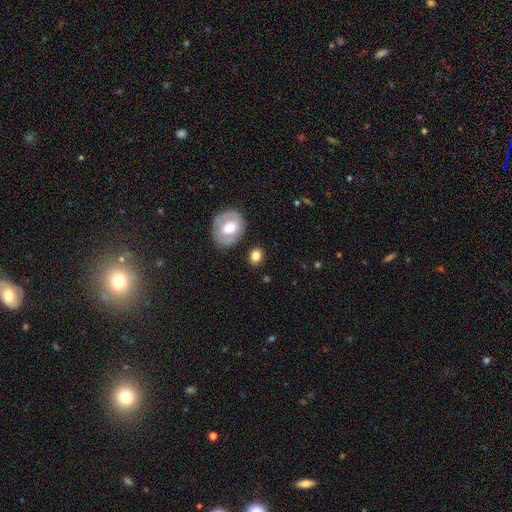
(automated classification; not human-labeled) smooth_or_featured: smooth (p=0.79) [alt: featured or disk p=0.12]
how_rounded: round (p=0.50) [alt: in between p=0.48]
merging: none (p=0.81) [alt: minor disturbance p=0.12]